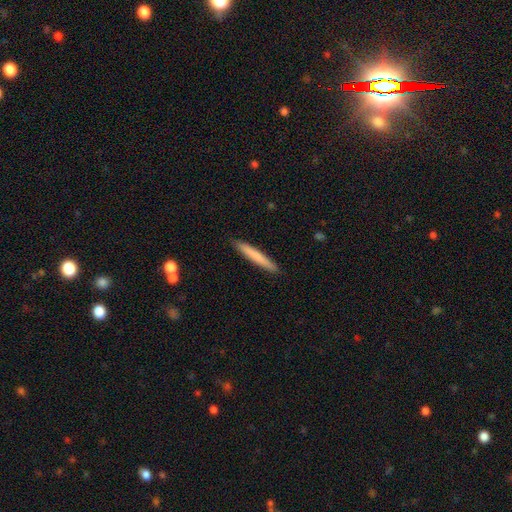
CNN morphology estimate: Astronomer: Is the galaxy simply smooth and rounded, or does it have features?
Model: smooth — 74%.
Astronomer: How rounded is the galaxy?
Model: cigar-shaped — 96%.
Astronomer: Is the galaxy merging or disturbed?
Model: none — 91%.